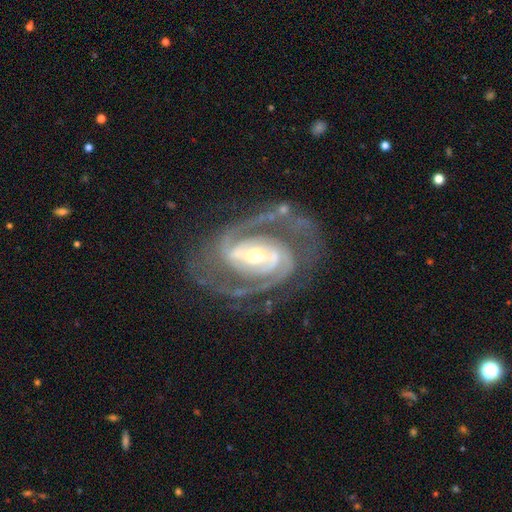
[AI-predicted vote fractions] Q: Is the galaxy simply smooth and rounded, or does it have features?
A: featured or disk — 93%.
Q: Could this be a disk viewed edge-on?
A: no — 97%.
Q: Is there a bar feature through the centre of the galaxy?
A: strong — 45%.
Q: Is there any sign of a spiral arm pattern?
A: yes — 98%.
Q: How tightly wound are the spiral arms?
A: medium — 48%.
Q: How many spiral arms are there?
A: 2 — 77%.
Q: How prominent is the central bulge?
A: moderate — 48%.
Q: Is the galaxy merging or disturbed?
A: none — 70%.